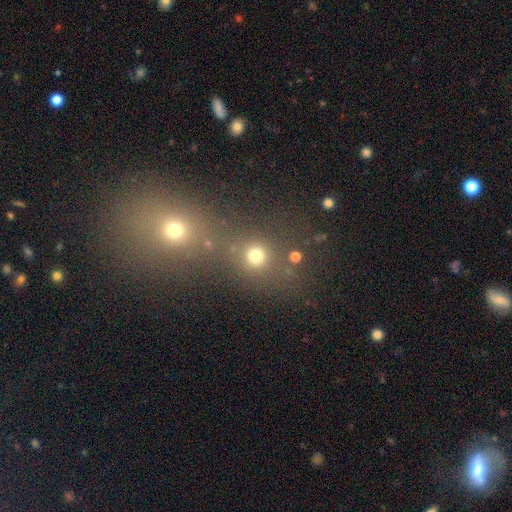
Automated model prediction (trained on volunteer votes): smooth-or-featured: smooth: 71% | star or artifact: 20% | featured or disk: 8%
  how-rounded: round: 83% | in between: 15% | cigar-shaped: 2%
  merging: none: 60% | merger: 23% | minor disturbance: 10% | major disturbance: 7%